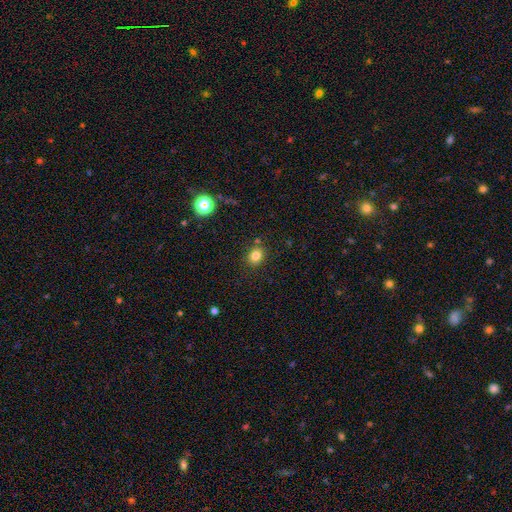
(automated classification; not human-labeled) Smooth or featured? Predicted: smooth (p=0.81). How rounded? Predicted: round (p=0.66). Merging? Predicted: none (p=0.82).